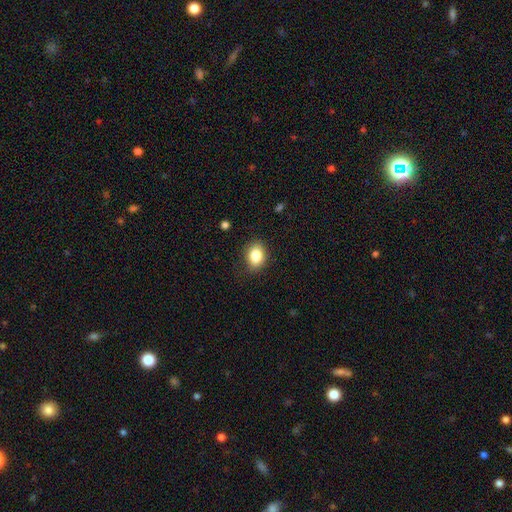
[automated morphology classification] This is clearly a smooth galaxy (84%). How rounded: likely in between (65%). Merging: clearly none (85%).